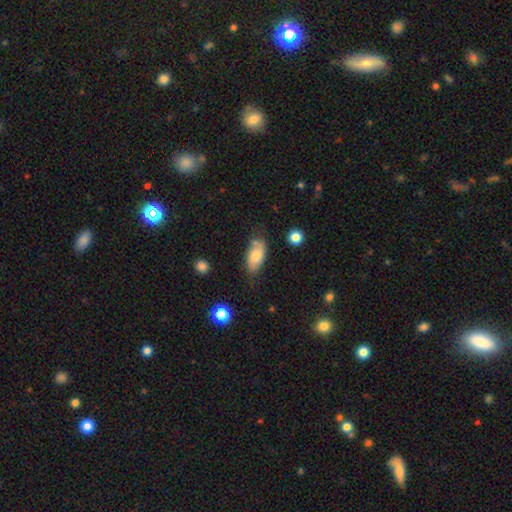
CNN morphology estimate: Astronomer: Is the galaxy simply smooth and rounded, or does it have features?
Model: smooth — 70%.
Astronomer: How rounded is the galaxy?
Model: in between — 90%.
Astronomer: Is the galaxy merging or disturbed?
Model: none — 65%.